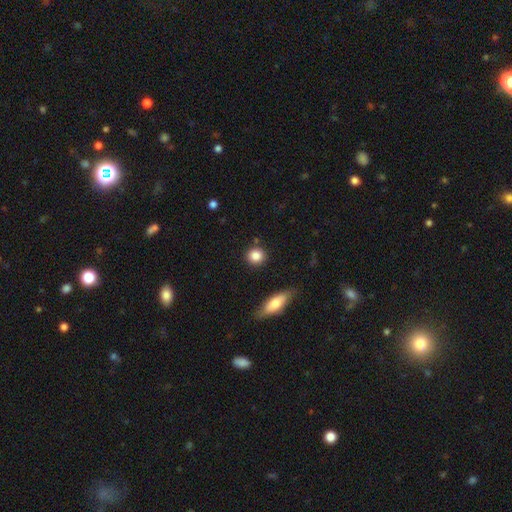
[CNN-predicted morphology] This appears to be a smooth galaxy with no disk features (85%) that is round (86%). Merging: none (87%).